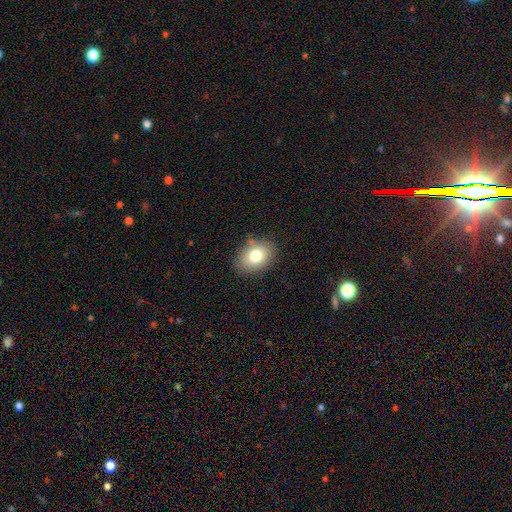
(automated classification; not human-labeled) A smooth galaxy with no disk features (78%) that is in between round and cigar-shaped (73%). Merging: none (82%).